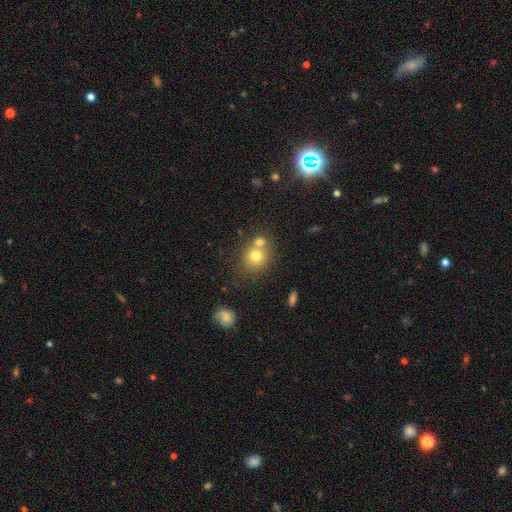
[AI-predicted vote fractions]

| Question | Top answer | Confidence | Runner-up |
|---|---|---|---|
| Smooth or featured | smooth | 73% | featured or disk (15%) |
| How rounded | round | 79% | in between (21%) |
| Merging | none | 49% | merger (39%) |